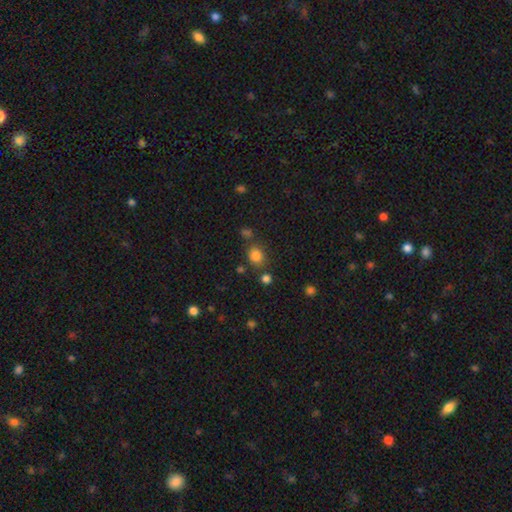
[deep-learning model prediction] smooth-or-featured: smooth: 81% | star or artifact: 14% | featured or disk: 5%
  how-rounded: round: 67% | in between: 32% | cigar-shaped: 1%
  merging: none: 76% | minor disturbance: 11% | merger: 9% | major disturbance: 4%